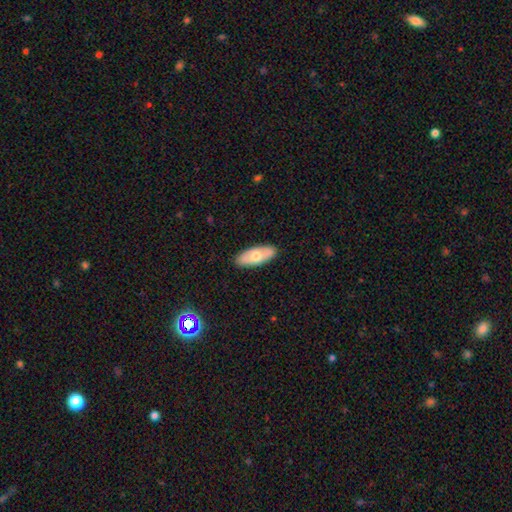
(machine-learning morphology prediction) This is likely a smooth galaxy (62%). How rounded: clearly in between (81%). Merging: clearly none (88%).